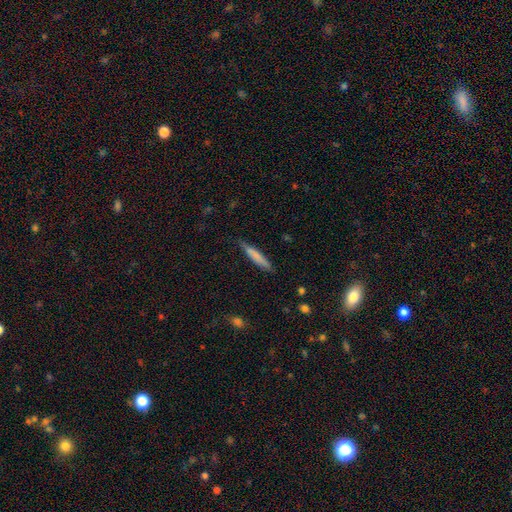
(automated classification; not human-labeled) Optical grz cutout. It shows a smooth galaxy with no disk features (75%) that is cigar-shaped (92%). Merging: none (81%).